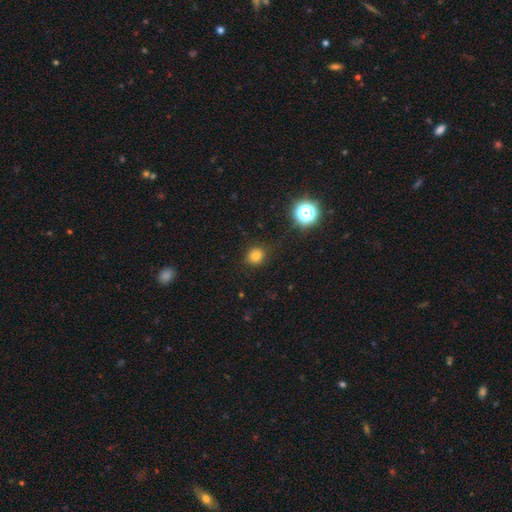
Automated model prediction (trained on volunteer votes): The model was most divided on "how rounded": round: 80%, in between: 19%, cigar-shaped: 1%. More confident: merging — none (85%); smooth or featured — smooth (78%).